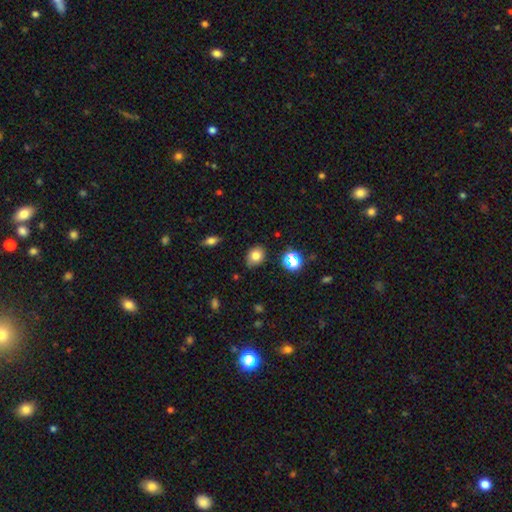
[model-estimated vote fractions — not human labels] A smooth galaxy with no disk features (77%) that is in between round and cigar-shaped (56%).

Vote fractions:
- Smooth or featured? smooth: 77% / star or artifact: 14% / featured or disk: 9%
- How rounded? in between: 56% / round: 43% / cigar-shaped: 1%
- Merging? none: 77% / minor disturbance: 17% / major disturbance: 3% / merger: 2%